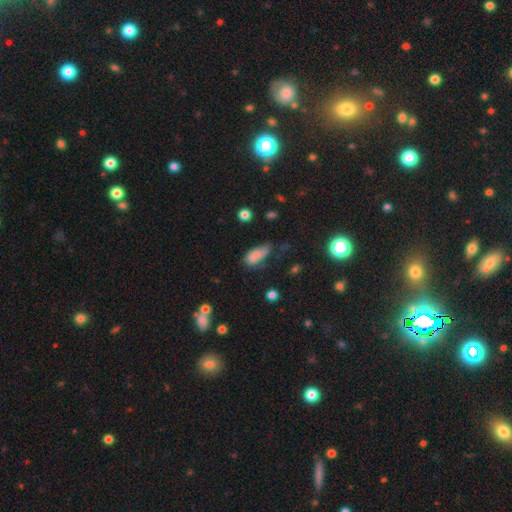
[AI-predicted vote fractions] smooth-or-featured: smooth: 78% | featured or disk: 12% | star or artifact: 10%
  how-rounded: in between: 82% | cigar-shaped: 14% | round: 4%
  merging: minor disturbance: 38% | none: 35% | major disturbance: 21% | merger: 5%